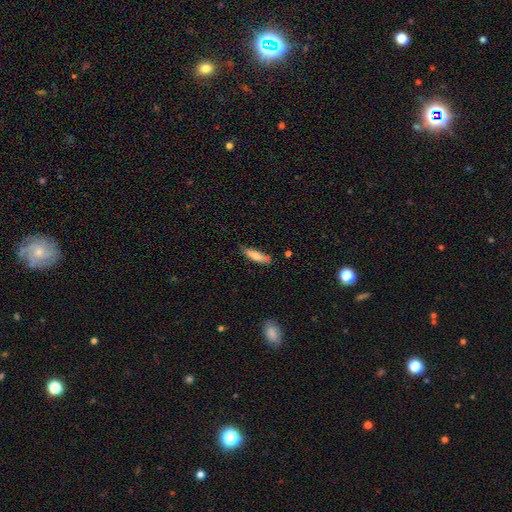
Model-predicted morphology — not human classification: Smooth or featured? Predicted: smooth (p=0.78). How rounded? Predicted: cigar-shaped (p=0.64). Merging? Predicted: none (p=0.75).